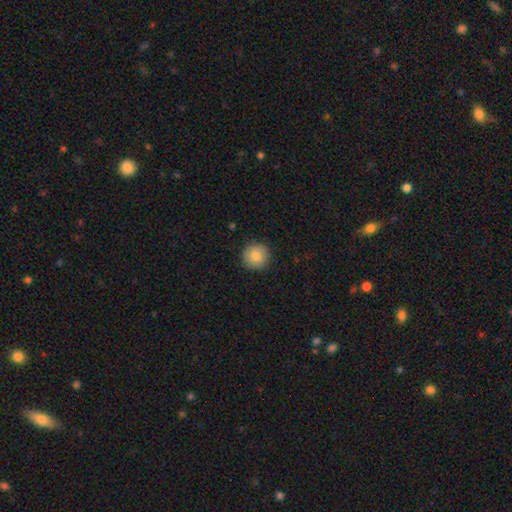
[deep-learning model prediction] Smooth or featured? smooth (84%)
How rounded? round (95%)
Merging? none (91%)